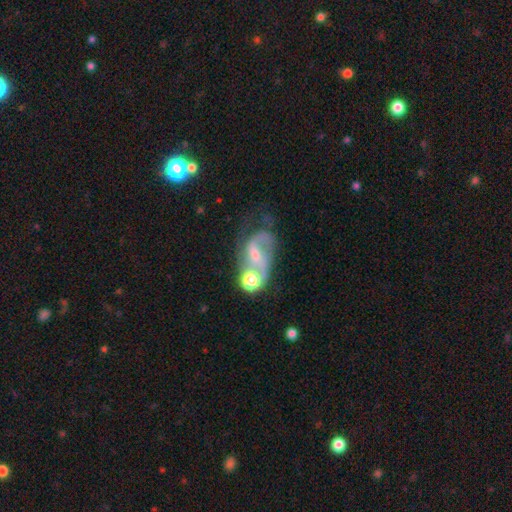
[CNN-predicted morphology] Smooth or featured? featured or disk (72%)
Edge-on disk? no (95%)
Bar? weak (44%)
Spiral arms? yes (83%)
Spiral winding? loose (46%)
Spiral arm count? 2 (69%)
Bulge size? small (52%)
Merging? none (34%)